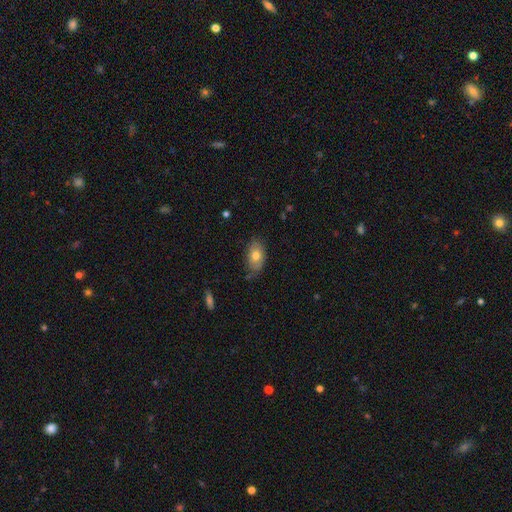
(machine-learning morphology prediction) smooth_or_featured: smooth (p=0.67) [alt: featured or disk p=0.25]
how_rounded: in between (p=0.90) [alt: round p=0.08]
merging: none (p=0.72) [alt: minor disturbance p=0.22]